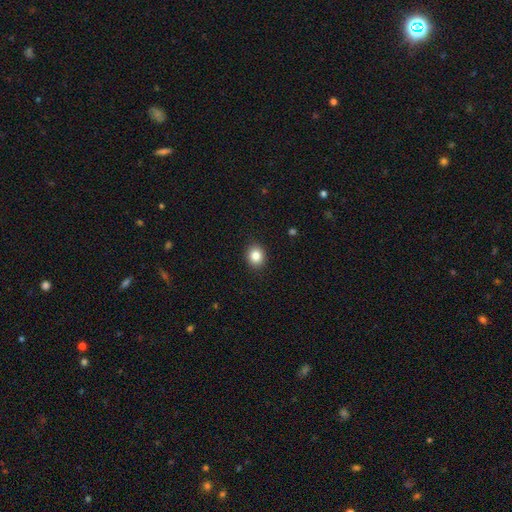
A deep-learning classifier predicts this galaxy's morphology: This appears to be a smooth galaxy with no disk features (85%) that is round (73%). Merging: none (91%).